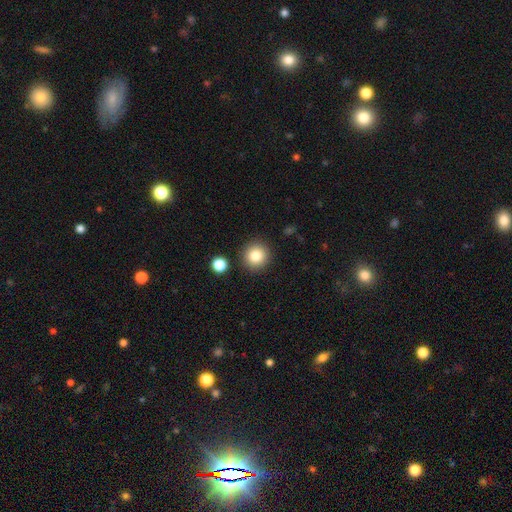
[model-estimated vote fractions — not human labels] Smooth or featured? Predicted: smooth (p=0.83). How rounded? Predicted: round (p=0.93). Merging? Predicted: none (p=0.89).